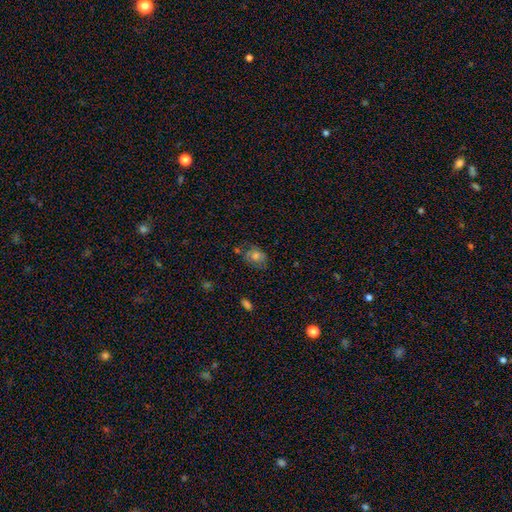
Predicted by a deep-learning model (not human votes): smooth-or-featured: smooth: 63% | featured or disk: 21% | star or artifact: 15%
  how-rounded: in between: 57% | round: 42% | cigar-shaped: 1%
  merging: none: 67% | minor disturbance: 22% | major disturbance: 7% | merger: 5%